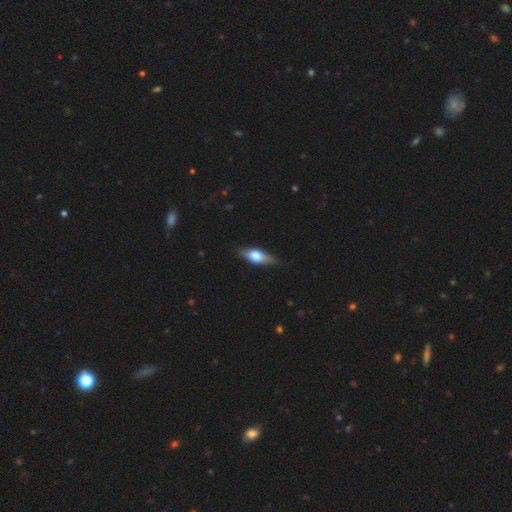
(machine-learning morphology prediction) Smooth or featured: smooth — 48% (featured or disk — 45%)
Merging: none — 82% (minor disturbance — 14%)